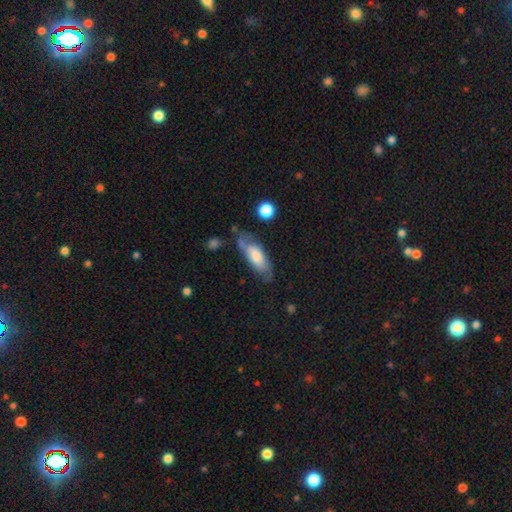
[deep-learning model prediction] A smooth galaxy with no disk features (63%) that is in between round and cigar-shaped (65%). Merging: none (58%).